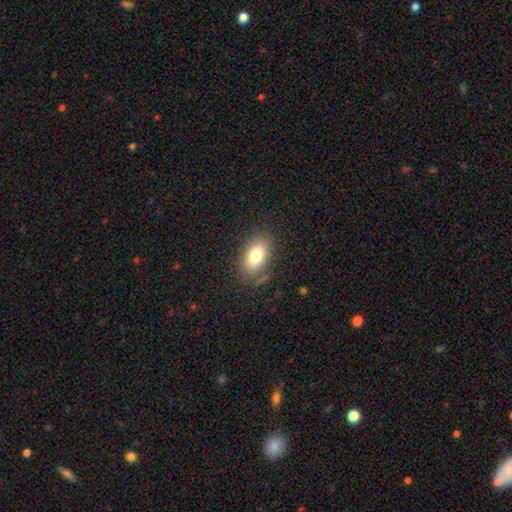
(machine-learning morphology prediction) smooth-or-featured: smooth: 78% | featured or disk: 14% | star or artifact: 9%
  how-rounded: in between: 89% | round: 8% | cigar-shaped: 3%
  merging: none: 78% | minor disturbance: 14% | major disturbance: 5% | merger: 3%